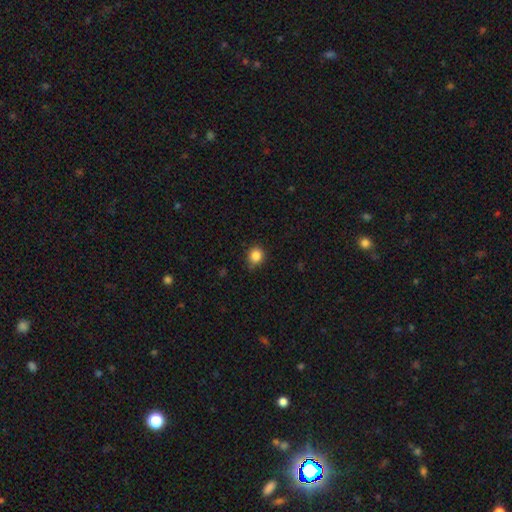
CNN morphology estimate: The model was most divided on "merging": none: 78%, minor disturbance: 18%, major disturbance: 3%, merger: 1%. More confident: smooth or featured — smooth (85%); how rounded — round (81%).